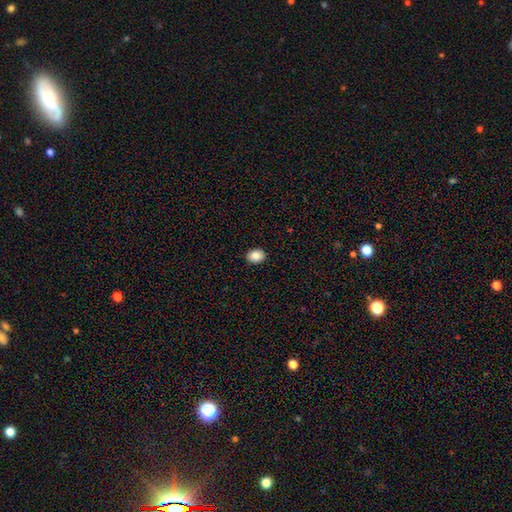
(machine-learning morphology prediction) Overall: smooth (86%). How rounded: in between (60%; round 39%). Merging: none (91%).